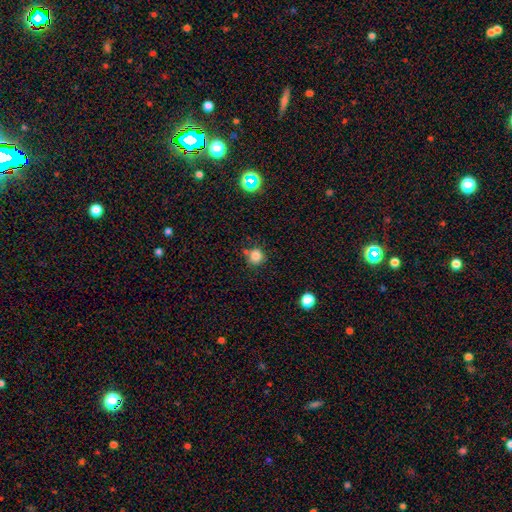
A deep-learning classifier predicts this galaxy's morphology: A smooth galaxy with no disk features (81%) that is round (92%).

Vote fractions:
- Smooth or featured? smooth: 81% / star or artifact: 13% / featured or disk: 6%
- How rounded? round: 92% / in between: 7% / cigar-shaped: 1%
- Merging? none: 74% / minor disturbance: 12% / merger: 11% / major disturbance: 3%